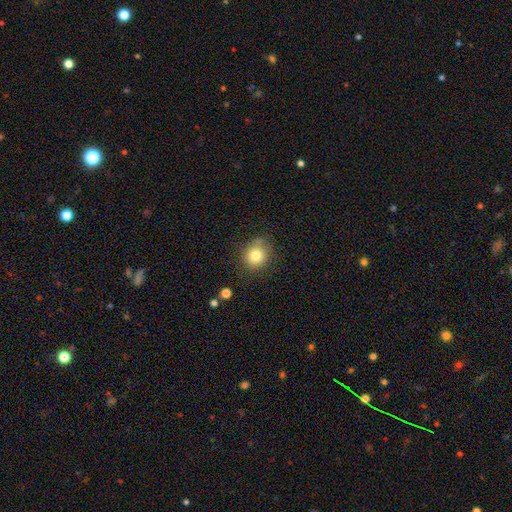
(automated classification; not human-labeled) Q: Smooth or featured?
A: smooth (79%); runner-up: star or artifact (11%)
Q: How rounded?
A: round (83%); runner-up: in between (16%)
Q: Merging?
A: none (77%); runner-up: minor disturbance (15%)